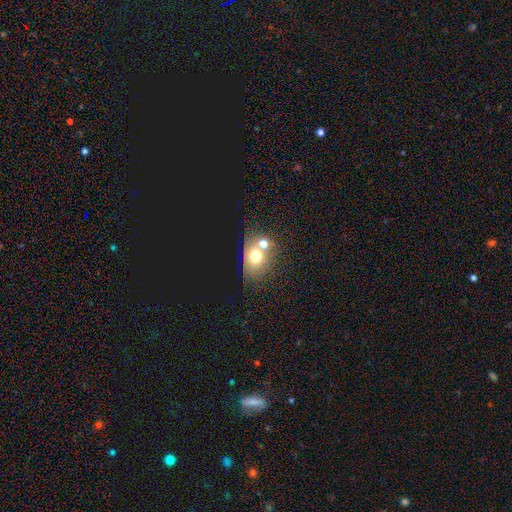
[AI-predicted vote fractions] Q: Smooth or featured?
A: smooth (59%); runner-up: star or artifact (22%)
Q: How rounded?
A: round (53%); runner-up: in between (46%)
Q: Merging?
A: none (43%); runner-up: merger (42%)